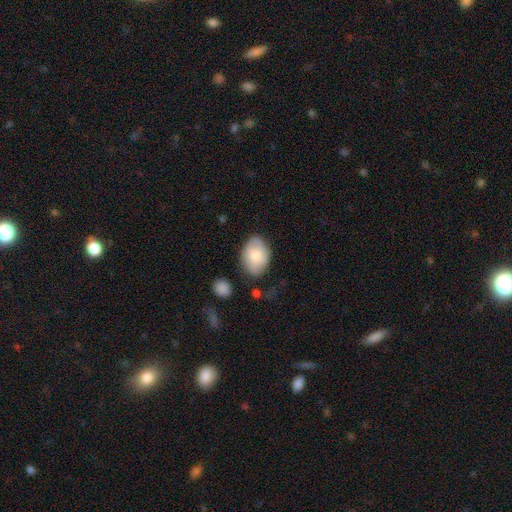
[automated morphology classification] smooth-or-featured: smooth: 74% | featured or disk: 20% | star or artifact: 6%
  how-rounded: in between: 83% | round: 16% | cigar-shaped: 1%
  merging: none: 72% | minor disturbance: 20% | major disturbance: 5% | merger: 3%